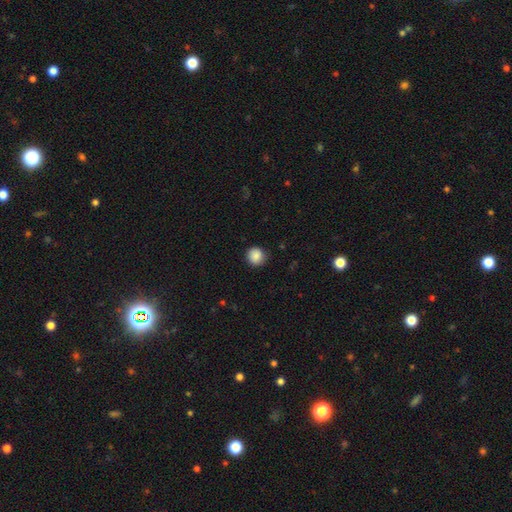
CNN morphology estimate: The model was most divided on "merging": none: 86%, minor disturbance: 11%, major disturbance: 3%, merger: 1%. More confident: how rounded — round (90%); smooth or featured — smooth (87%).